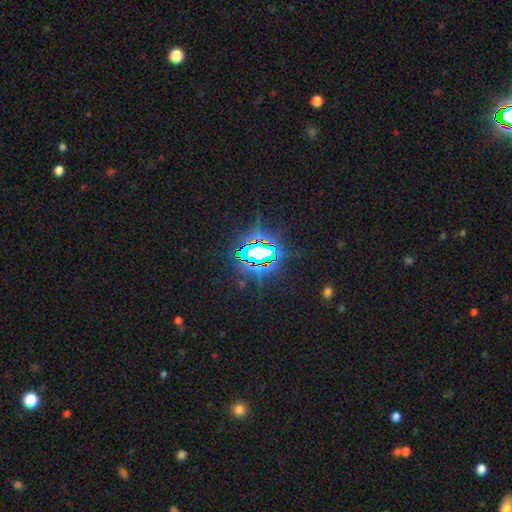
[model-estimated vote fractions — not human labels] Smooth or featured? star or artifact (77%)